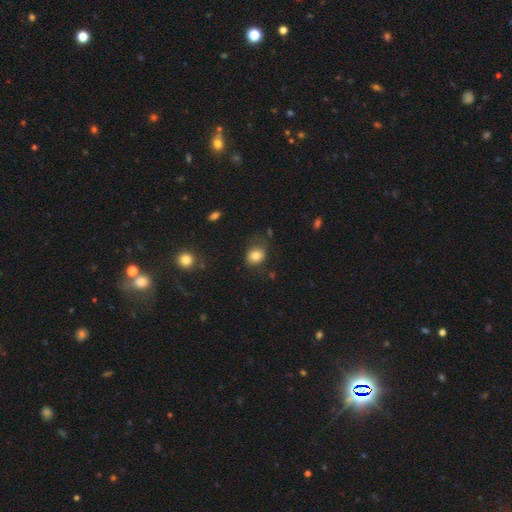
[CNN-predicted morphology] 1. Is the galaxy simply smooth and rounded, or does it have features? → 80% smooth, 10% star or artifact, 10% featured or disk.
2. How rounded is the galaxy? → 57% round, 42% in between, 1% cigar-shaped.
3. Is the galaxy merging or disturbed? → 67% none, 23% minor disturbance, 8% major disturbance, 2% merger.